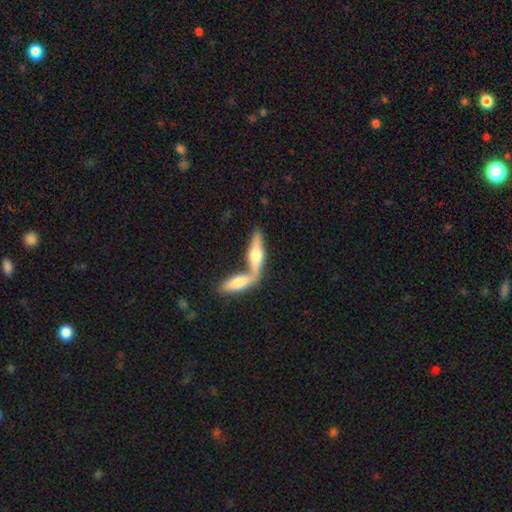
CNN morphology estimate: A featured or disk galaxy (48%).

Vote fractions:
- Smooth or featured? featured or disk: 48% / smooth: 46% / star or artifact: 6%
- Merging? merger: 54% / none: 35% / minor disturbance: 7% / major disturbance: 4%